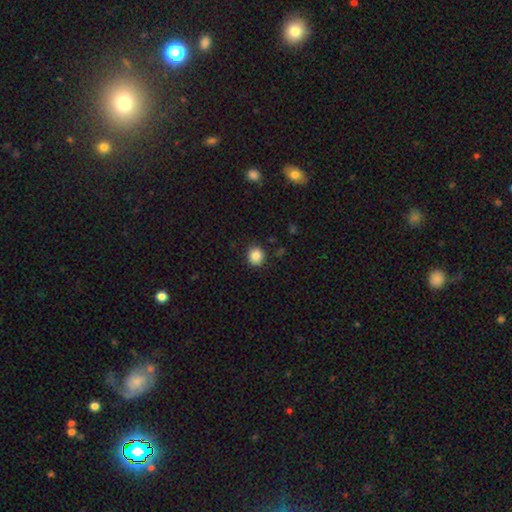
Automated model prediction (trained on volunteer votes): smooth 85%, star or artifact 10%, featured or disk 5%. Down the decision tree: how rounded — round (86%); merging — none (90%).